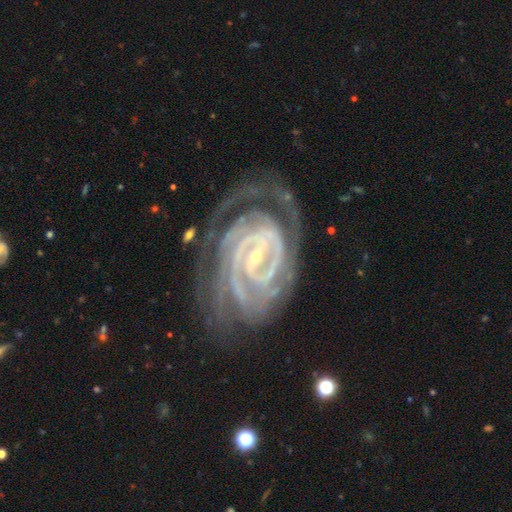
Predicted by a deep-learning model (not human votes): Smooth or featured? Predicted: featured or disk (p=0.92). Edge-on disk? Predicted: no (p=0.97). Bar? Predicted: strong (p=0.48). Spiral arms? Predicted: yes (p=0.98). Spiral winding? Predicted: tight (p=0.80). Spiral arm count? Predicted: 2 (p=0.30). Bulge size? Predicted: small (p=0.79). Merging? Predicted: none (p=0.66).